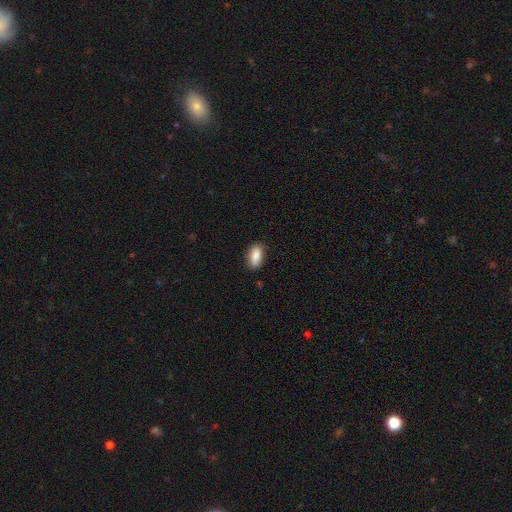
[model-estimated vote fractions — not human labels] smooth-or-featured: smooth: 87% | star or artifact: 7% | featured or disk: 6%
  how-rounded: in between: 88% | cigar-shaped: 8% | round: 3%
  merging: none: 84% | minor disturbance: 13% | major disturbance: 2% | merger: 1%